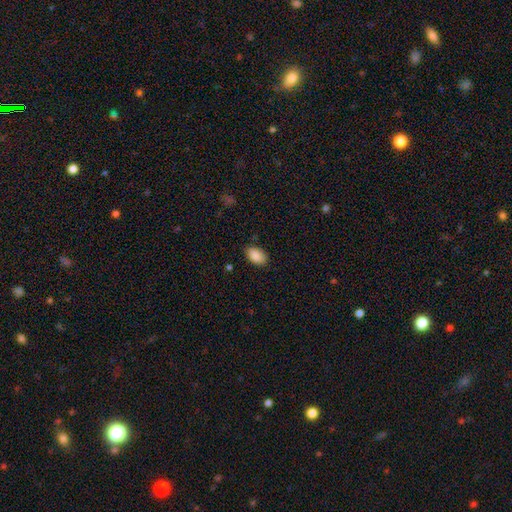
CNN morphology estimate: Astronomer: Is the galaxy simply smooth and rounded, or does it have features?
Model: smooth — 89%.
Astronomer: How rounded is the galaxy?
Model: in between — 90%.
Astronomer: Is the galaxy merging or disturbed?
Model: none — 83%.